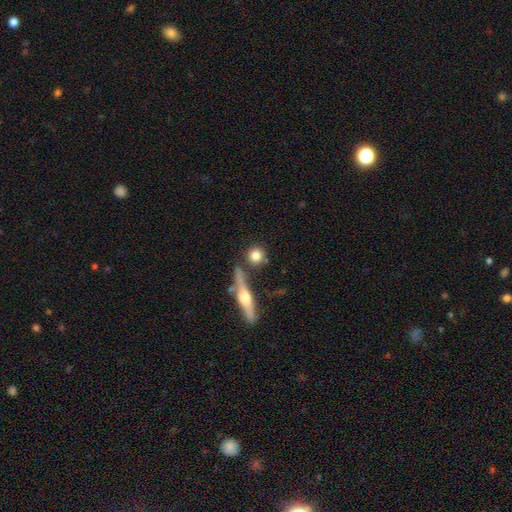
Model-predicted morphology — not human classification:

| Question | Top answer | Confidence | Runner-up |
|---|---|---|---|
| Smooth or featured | smooth | 77% | featured or disk (15%) |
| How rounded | round | 88% | in between (8%) |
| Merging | none | 76% | merger (12%) |